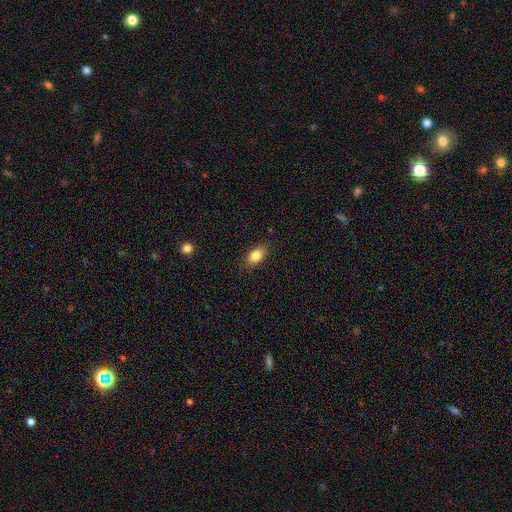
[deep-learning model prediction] A smooth galaxy with no disk features (83%) that is in between round and cigar-shaped (87%).

Vote fractions:
- Smooth or featured? smooth: 83% / featured or disk: 9% / star or artifact: 8%
- How rounded? in between: 87% / round: 10% / cigar-shaped: 3%
- Merging? none: 85% / minor disturbance: 12% / major disturbance: 3% / merger: 1%